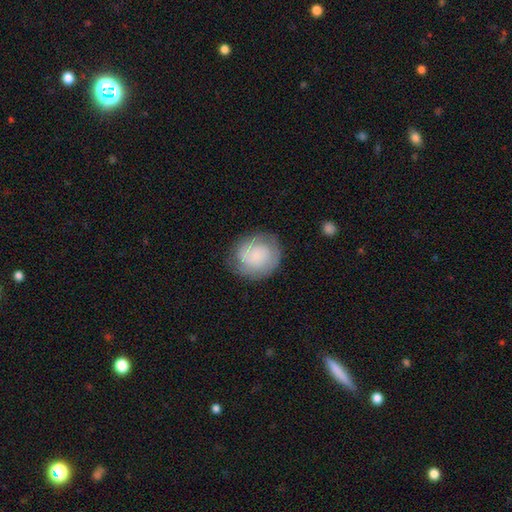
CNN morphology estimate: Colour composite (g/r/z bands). It shows a smooth galaxy with no disk features (46%, tied with featured or disk). Merging: none (74%).